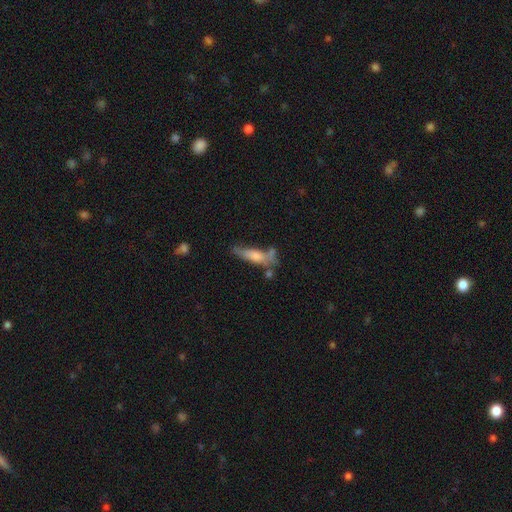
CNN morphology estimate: A smooth galaxy with no disk features (45%). Merging: none (45%).